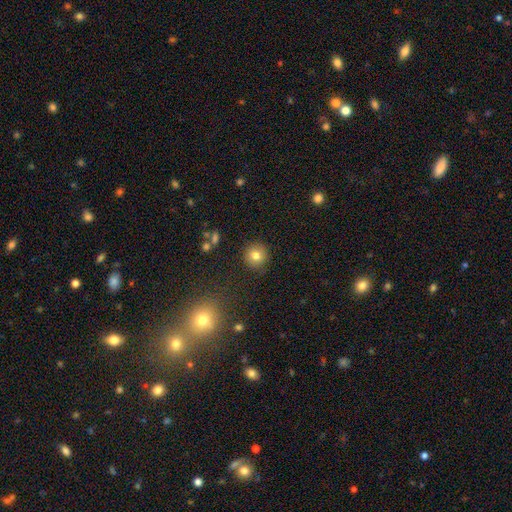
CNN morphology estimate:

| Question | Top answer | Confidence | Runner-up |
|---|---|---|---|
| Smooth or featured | smooth | 80% | star or artifact (11%) |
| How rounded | round | 92% | in between (7%) |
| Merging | none | 89% | minor disturbance (7%) |